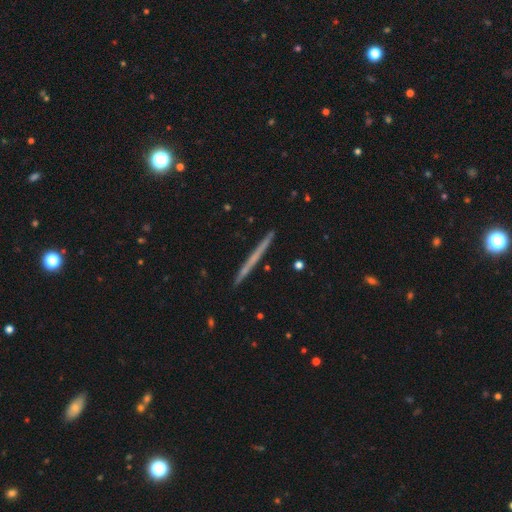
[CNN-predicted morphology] This appears to be a featured or disk galaxy (53%) viewed edge-on (98%) with no central bulge (92%). Merging: none (92%).